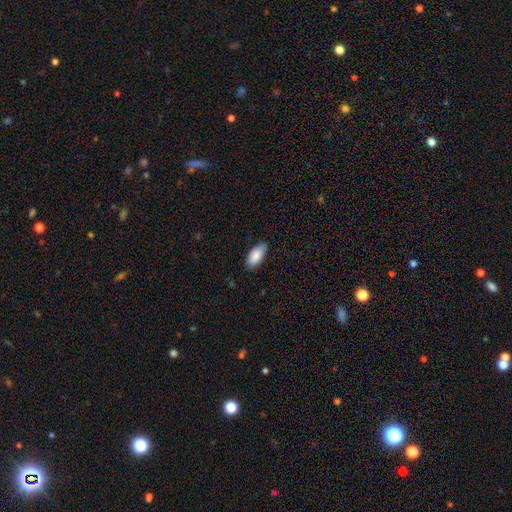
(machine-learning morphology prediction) A smooth galaxy with no disk features (87%) that is in between round and cigar-shaped (92%). Merging: none (83%).